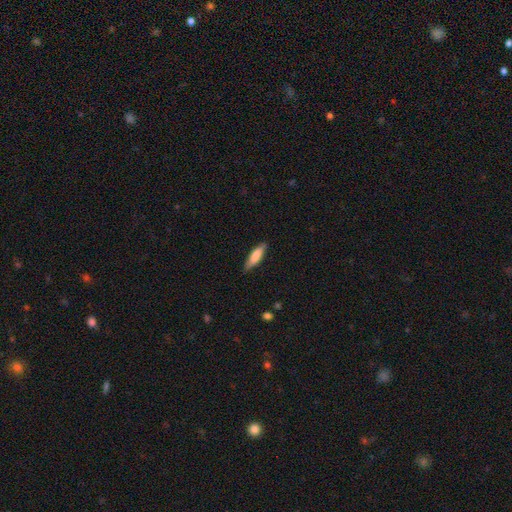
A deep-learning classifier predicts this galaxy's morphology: A smooth galaxy with no disk features (75%) that is cigar-shaped (61%).

Vote fractions:
- Smooth or featured? smooth: 75% / featured or disk: 19% / star or artifact: 6%
- How rounded? cigar-shaped: 61% / in between: 37% / round: 2%
- Merging? none: 81% / minor disturbance: 15% / major disturbance: 2% / merger: 1%